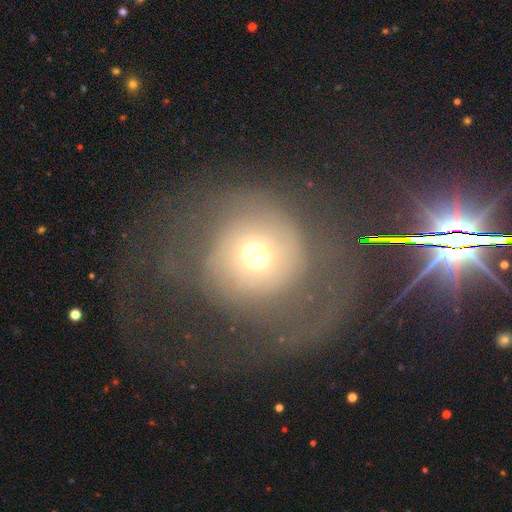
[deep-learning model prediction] smooth 44%, featured or disk 42%, star or artifact 15%. Down the decision tree: merging — major disturbance (43%).